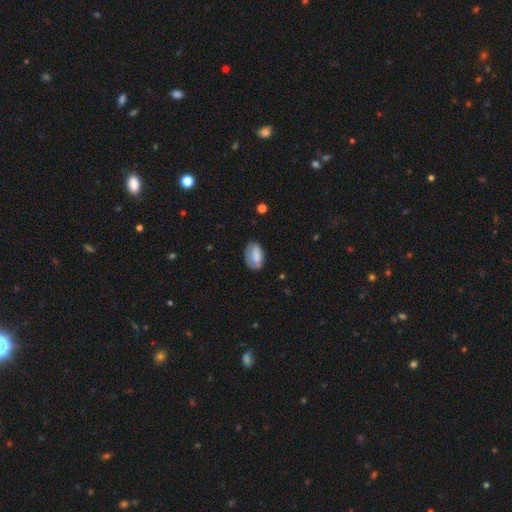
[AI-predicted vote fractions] A smooth galaxy with no disk features (75%) that is in between round and cigar-shaped (91%). Merging: none (63%).